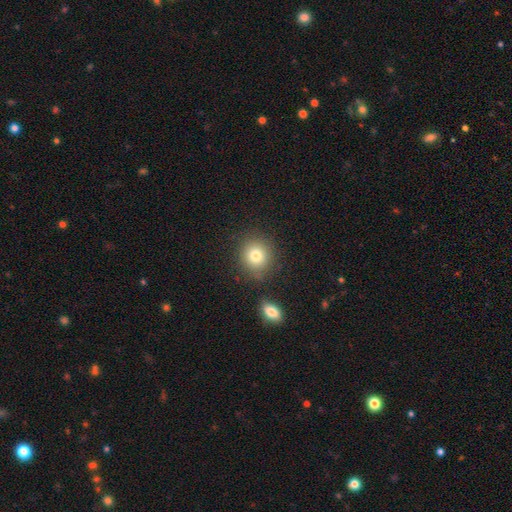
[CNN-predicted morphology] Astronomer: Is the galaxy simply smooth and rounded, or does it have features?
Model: smooth — 80%.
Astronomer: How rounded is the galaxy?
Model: round — 86%.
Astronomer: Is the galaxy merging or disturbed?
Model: none — 80%.